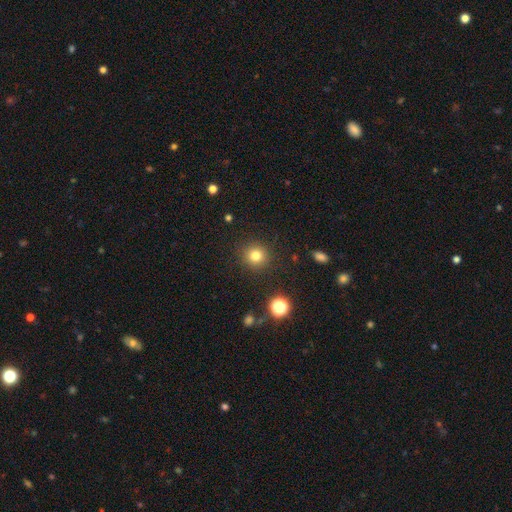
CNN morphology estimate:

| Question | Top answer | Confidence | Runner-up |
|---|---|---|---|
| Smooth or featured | smooth | 80% | star or artifact (14%) |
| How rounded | round | 92% | in between (7%) |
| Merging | none | 90% | minor disturbance (6%) |